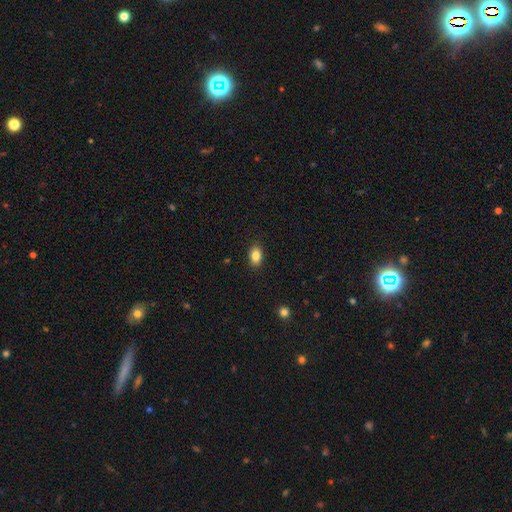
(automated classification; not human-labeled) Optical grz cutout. It shows a smooth galaxy with no disk features (85%) that is in between round and cigar-shaped (84%). Merging: none (89%).